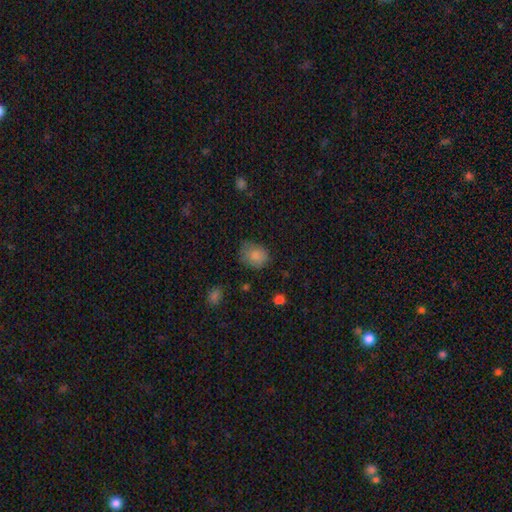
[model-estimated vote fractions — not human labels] Smooth or featured? Predicted: smooth (p=0.83). How rounded? Predicted: round (p=0.56). Merging? Predicted: none (p=0.62).